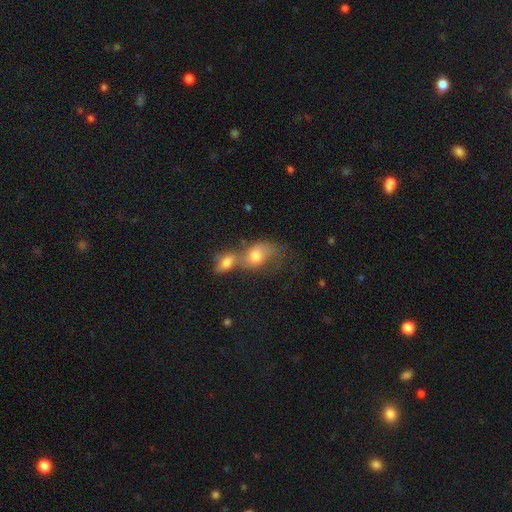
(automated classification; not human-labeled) smooth-or-featured: smooth: 63% | featured or disk: 27% | star or artifact: 11%
  how-rounded: in between: 69% | round: 28% | cigar-shaped: 3%
  merging: merger: 69% | none: 14% | major disturbance: 9% | minor disturbance: 8%